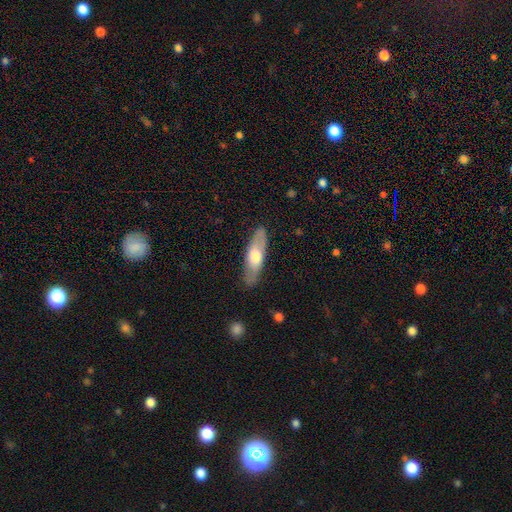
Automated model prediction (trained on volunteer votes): smooth-or-featured: smooth: 54% | featured or disk: 41% | star or artifact: 5%
  how-rounded: cigar-shaped: 52% | in between: 46% | round: 2%
  merging: none: 86% | minor disturbance: 11% | major disturbance: 3% | merger: 1%